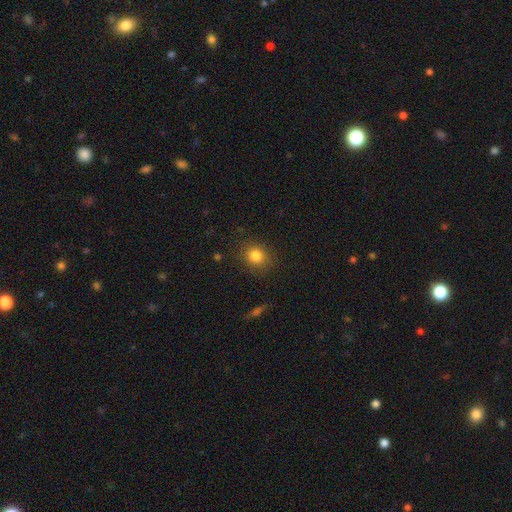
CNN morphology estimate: Smooth or featured?
  - smooth: 82% *
  - star or artifact: 12%
  - featured or disk: 6%
How rounded?
  - round: 82% *
  - in between: 17%
  - cigar-shaped: 1%
Merging?
  - none: 86% *
  - minor disturbance: 10%
  - major disturbance: 3%
  - merger: 1%